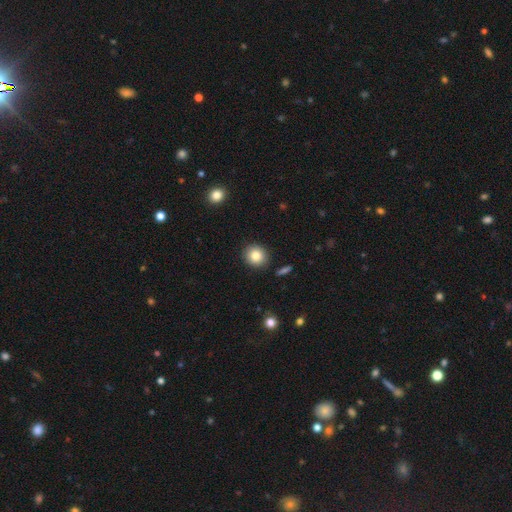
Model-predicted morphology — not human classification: A smooth galaxy with no disk features (82%) that is round (86%).

Vote fractions:
- Smooth or featured? smooth: 82% / star or artifact: 9% / featured or disk: 8%
- How rounded? round: 86% / in between: 13% / cigar-shaped: 1%
- Merging? none: 90% / minor disturbance: 7% / major disturbance: 2% / merger: 2%